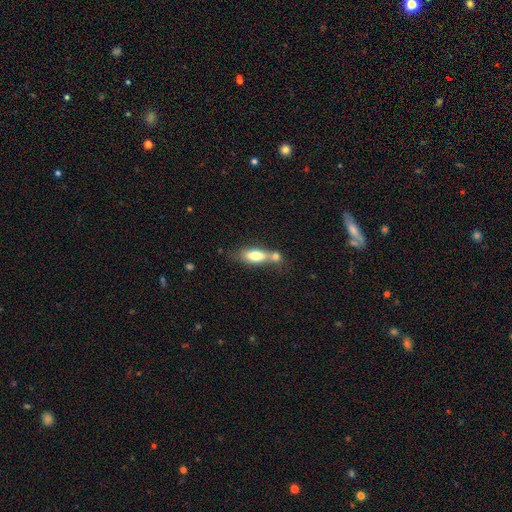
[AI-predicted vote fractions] The model was most divided on "merging": merger: 48%, none: 32%, minor disturbance: 13%, major disturbance: 6%. More confident: smooth or featured — smooth (71%); how rounded — in between (69%).